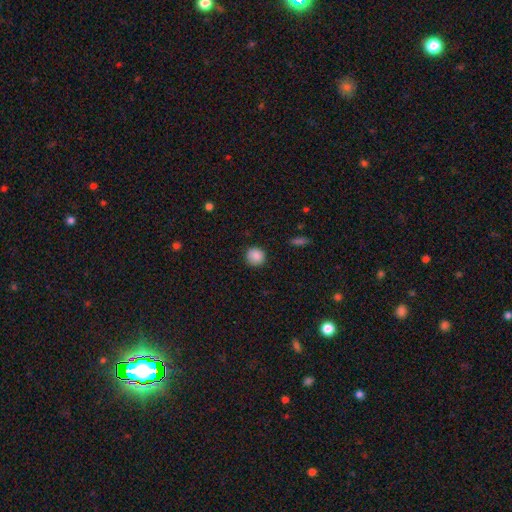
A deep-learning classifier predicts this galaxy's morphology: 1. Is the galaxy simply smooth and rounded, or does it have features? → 88% smooth, 9% star or artifact, 4% featured or disk.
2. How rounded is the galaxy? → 90% round, 9% in between, 1% cigar-shaped.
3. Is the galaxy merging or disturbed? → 88% none, 8% minor disturbance, 2% major disturbance, 1% merger.